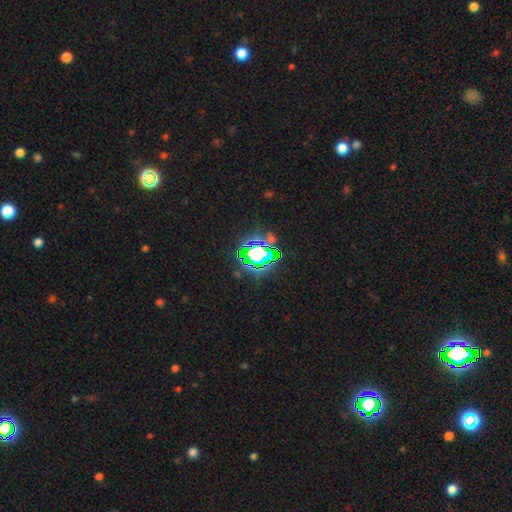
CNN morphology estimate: A star or artifact, not a galaxy (80%).